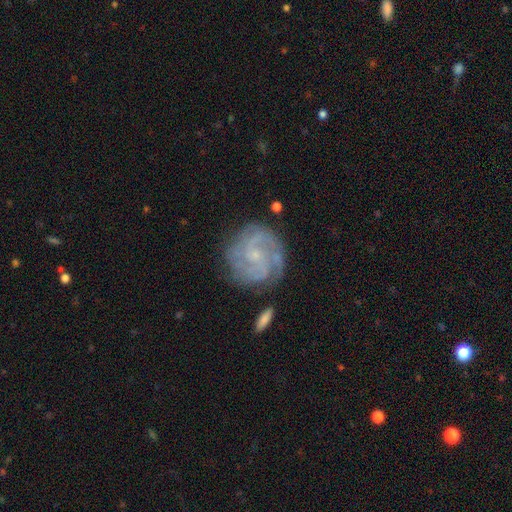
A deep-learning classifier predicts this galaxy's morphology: featured or disk 85%, smooth 8%, star or artifact 6%. Down the decision tree: edge-on disk — no (98%); bar — no (64%); spiral arms — yes (96%); spiral arm count — 3 (32%); spiral winding — tight (56%); bulge size — small (80%); merging — none (75%).